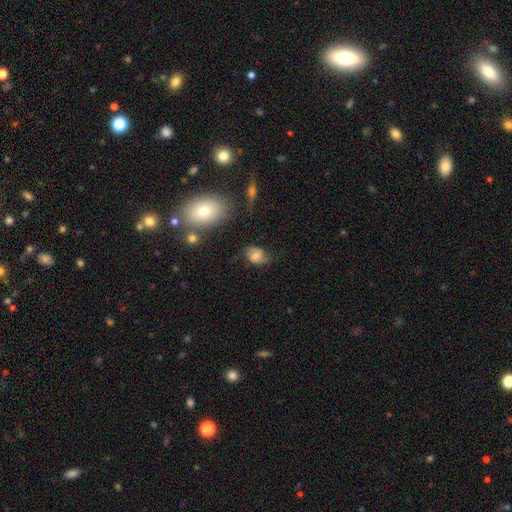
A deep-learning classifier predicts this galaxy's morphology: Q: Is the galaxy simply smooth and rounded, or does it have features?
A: smooth — 59%.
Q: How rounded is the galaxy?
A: in between — 62%.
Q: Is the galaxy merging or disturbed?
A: none — 58%.